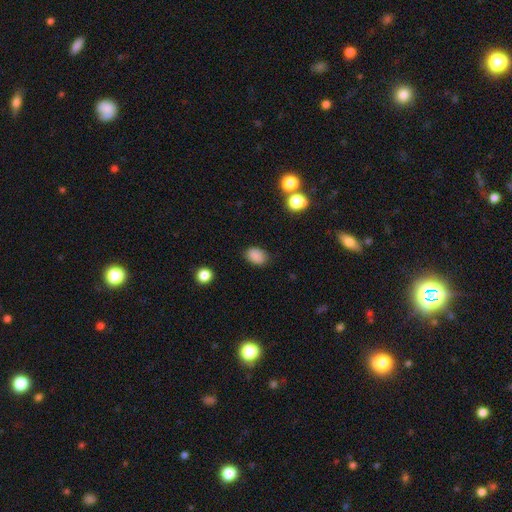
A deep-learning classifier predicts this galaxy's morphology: The model was most divided on "how rounded": in between: 79%, round: 20%, cigar-shaped: 1%. More confident: smooth or featured — smooth (86%); merging — none (81%).